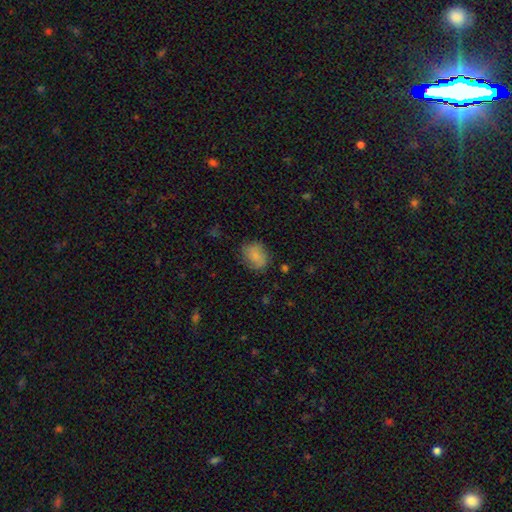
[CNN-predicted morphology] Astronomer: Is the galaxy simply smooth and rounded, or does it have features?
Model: smooth — 75%.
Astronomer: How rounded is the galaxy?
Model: in between — 57% (runner-up: round, 42%).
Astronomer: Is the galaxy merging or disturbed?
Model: none — 73%.